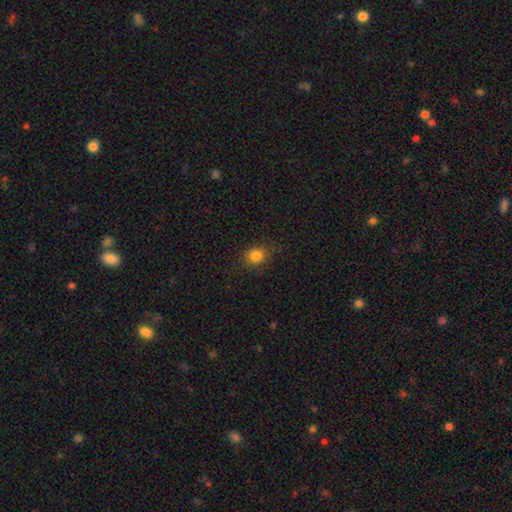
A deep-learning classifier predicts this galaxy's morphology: Smooth or featured: smooth — 83% (star or artifact — 12%)
How rounded: round — 64% (in between — 35%)
Merging: none — 85% (minor disturbance — 11%)